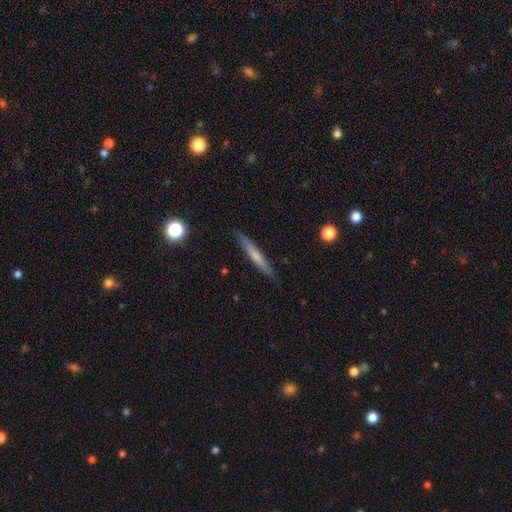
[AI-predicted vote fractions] This appears to be a smooth galaxy with no disk features (55%) that is cigar-shaped (94%). Merging: none (87%).